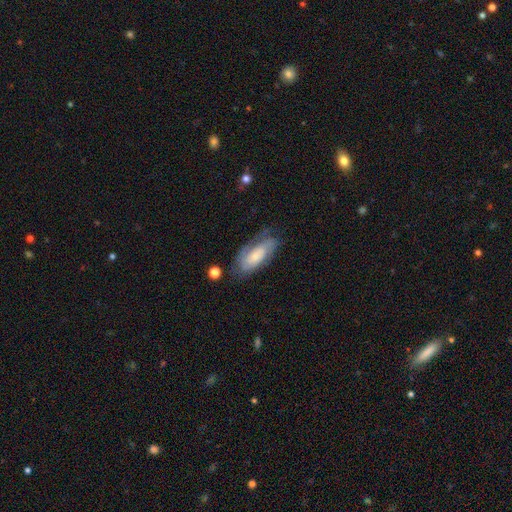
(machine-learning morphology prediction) Q: Smooth or featured?
A: featured or disk (55%); runner-up: smooth (38%)
Q: Edge-on disk?
A: no (89%); runner-up: yes (11%)
Q: Merging?
A: none (61%); runner-up: minor disturbance (25%)